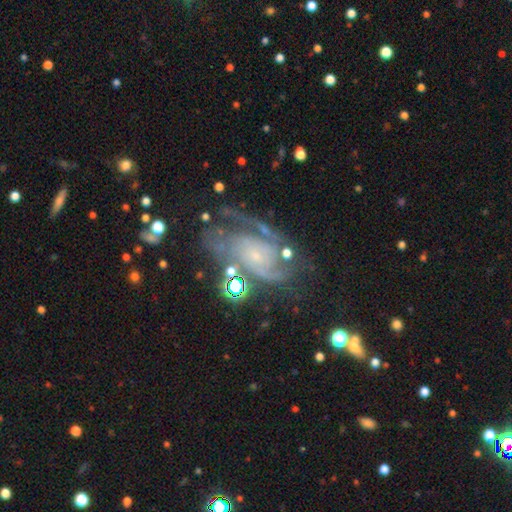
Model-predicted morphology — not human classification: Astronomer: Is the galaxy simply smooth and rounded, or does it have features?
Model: featured or disk — 86%.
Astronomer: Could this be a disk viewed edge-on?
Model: no — 97%.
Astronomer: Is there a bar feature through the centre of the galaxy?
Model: no — 65%.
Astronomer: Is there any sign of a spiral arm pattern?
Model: yes — 96%.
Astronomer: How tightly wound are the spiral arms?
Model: tight — 50% (runner-up: medium, 40%).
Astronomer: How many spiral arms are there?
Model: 2 — 42% (runner-up: can't tell, 20%).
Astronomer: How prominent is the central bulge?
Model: small — 70%.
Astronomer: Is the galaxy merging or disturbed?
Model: none — 57%.